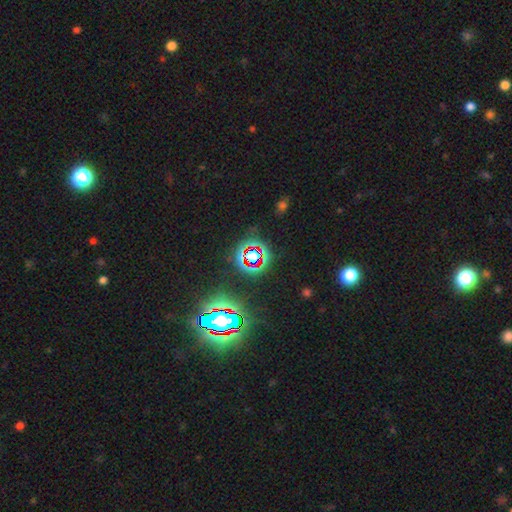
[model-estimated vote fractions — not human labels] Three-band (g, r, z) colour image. It shows a star or artifact, not a galaxy (74%).